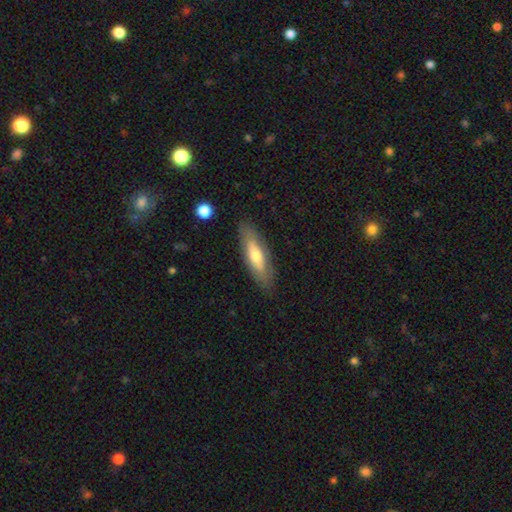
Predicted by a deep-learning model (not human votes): A smooth galaxy with no disk features (54%) that is cigar-shaped (51%). Merging: none (84%).